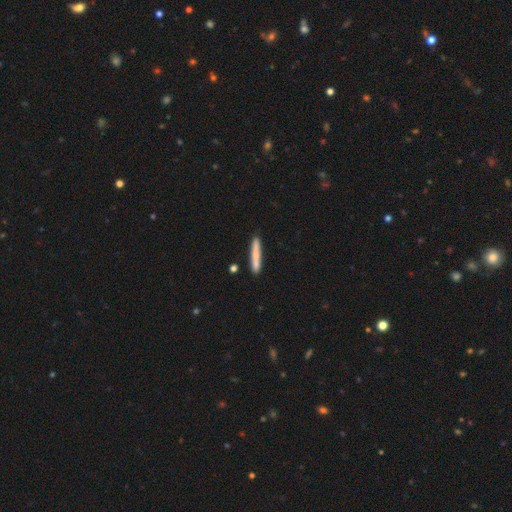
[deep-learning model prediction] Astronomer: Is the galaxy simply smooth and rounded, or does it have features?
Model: smooth — 75%.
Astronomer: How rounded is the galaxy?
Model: cigar-shaped — 95%.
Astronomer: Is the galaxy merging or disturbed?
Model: none — 84%.